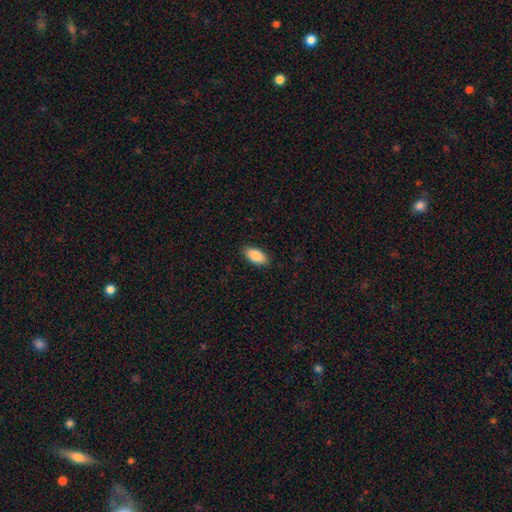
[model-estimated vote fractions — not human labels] smooth 88%, star or artifact 6%, featured or disk 6%. Down the decision tree: how rounded — in between (90%); merging — none (89%).